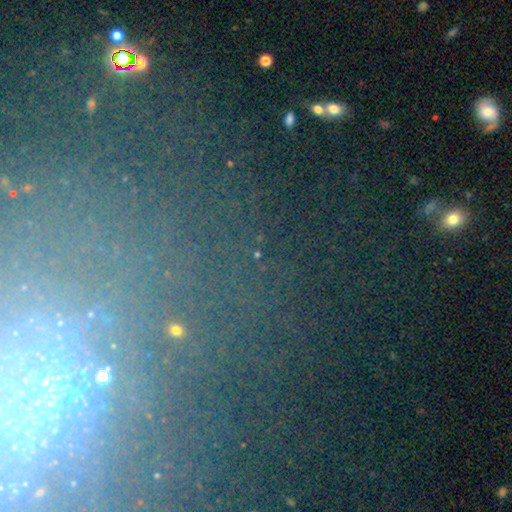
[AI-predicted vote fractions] smooth-or-featured: star or artifact: 66% | smooth: 19% | featured or disk: 15%